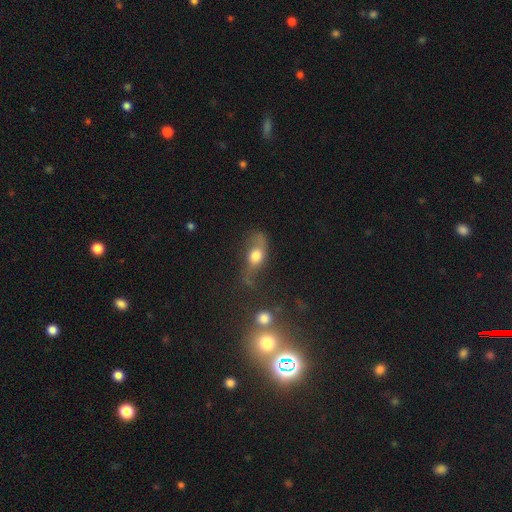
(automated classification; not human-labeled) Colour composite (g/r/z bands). It shows a smooth galaxy with no disk features (47%). Merging: none (43%).